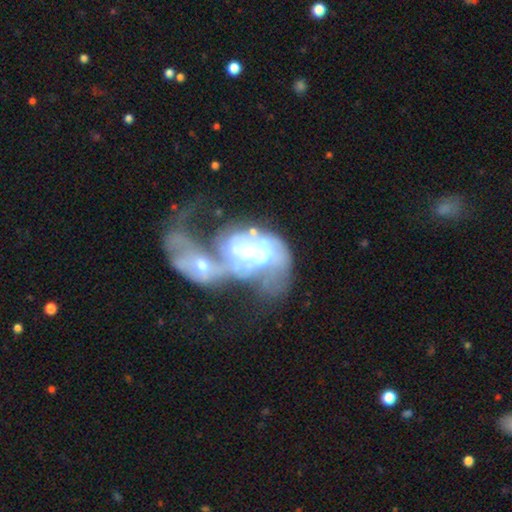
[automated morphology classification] Overall: featured or disk (75%). Edge-on disk: no (96%). Bar: no (49%; weak 28%). Spiral arms: yes (58%; no 42%). Bulge size: moderate (52%; large 26%). Merging: merger (78%).